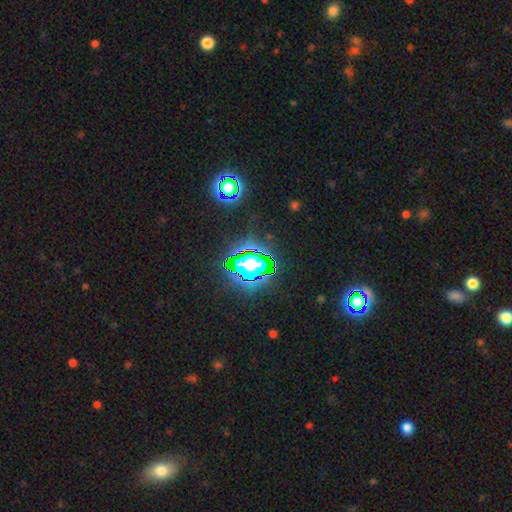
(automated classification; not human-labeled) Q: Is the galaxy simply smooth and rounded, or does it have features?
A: star or artifact — 80%.